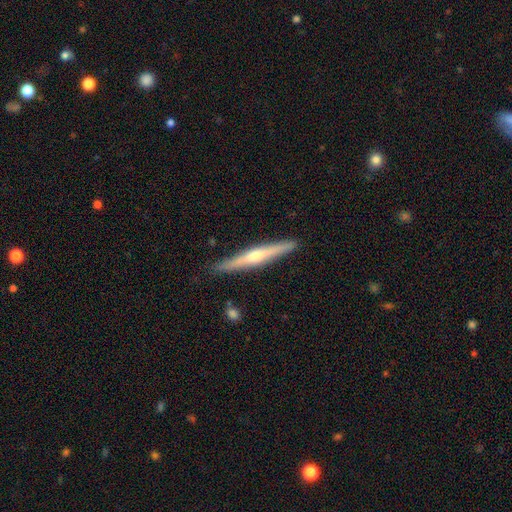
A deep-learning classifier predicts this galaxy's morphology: Smooth or featured? Predicted: featured or disk (p=0.71). Edge-on disk? Predicted: yes (p=0.97). Edge-on bulge? Predicted: rounded (p=0.87). Merging? Predicted: none (p=0.91).